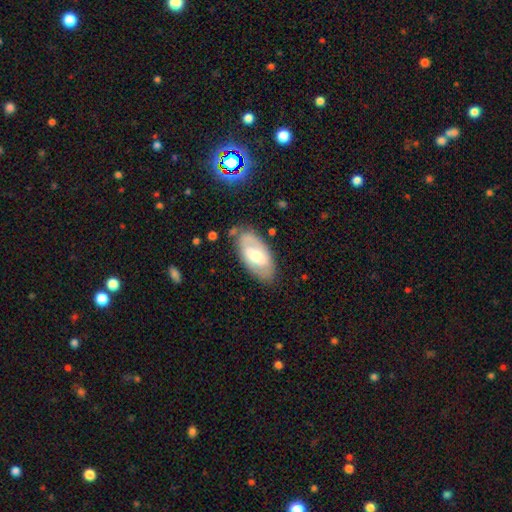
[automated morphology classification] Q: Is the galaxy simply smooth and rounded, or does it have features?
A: featured or disk — 50%.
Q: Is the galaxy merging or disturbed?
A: none — 77%.